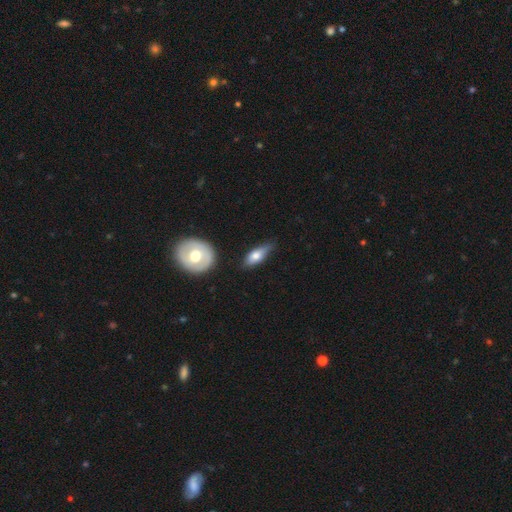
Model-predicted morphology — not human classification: A smooth galaxy with no disk features (64%) that is in between round and cigar-shaped (71%). Merging: none (58%).